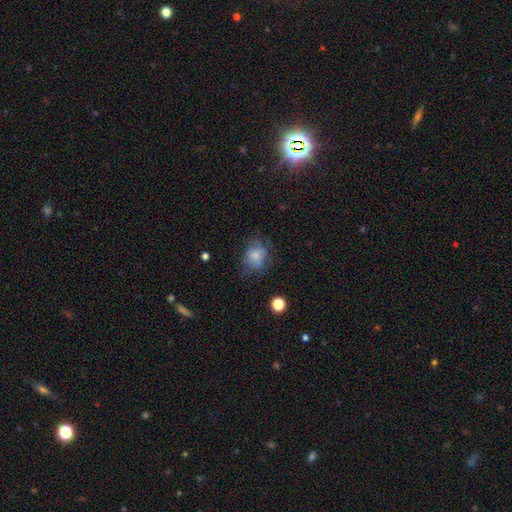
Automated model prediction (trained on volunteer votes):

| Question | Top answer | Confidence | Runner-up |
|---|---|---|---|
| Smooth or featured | smooth | 72% | featured or disk (18%) |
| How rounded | round | 60% | in between (39%) |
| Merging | none | 55% | minor disturbance (26%) |